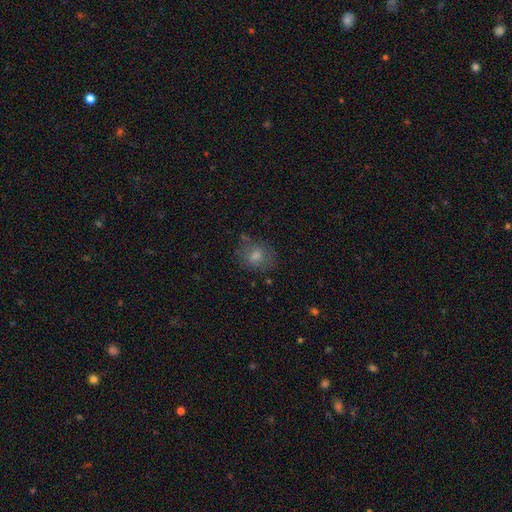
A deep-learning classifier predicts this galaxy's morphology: smooth 65%, star or artifact 18%, featured or disk 17%. Down the decision tree: how rounded — round (65%); merging — none (76%).